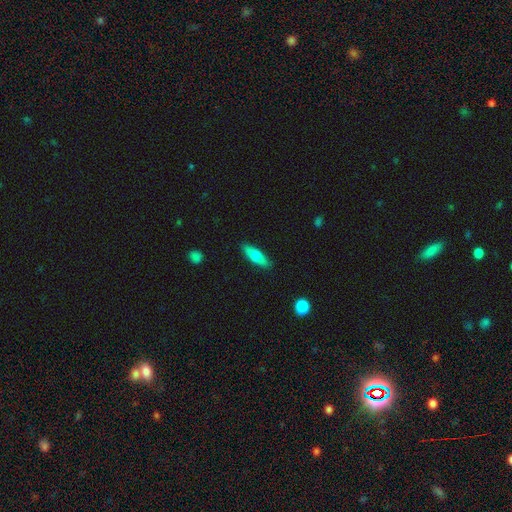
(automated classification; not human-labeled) The model was most divided on "how rounded": cigar-shaped: 60%, in between: 37%, round: 2%. More confident: merging — none (88%); smooth or featured — smooth (62%).